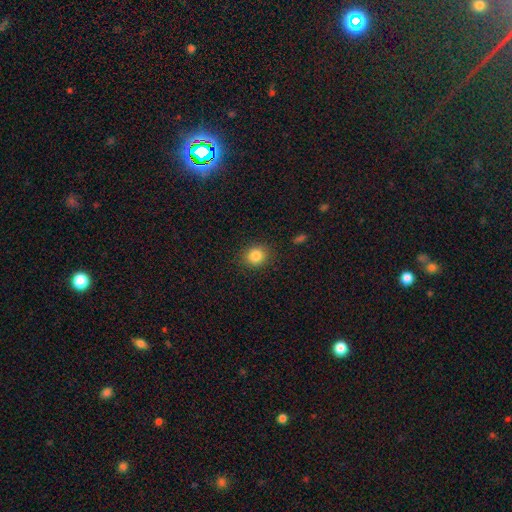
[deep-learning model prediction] Smooth or featured? Predicted: smooth (p=0.84). How rounded? Predicted: round (p=0.76). Merging? Predicted: none (p=0.88).